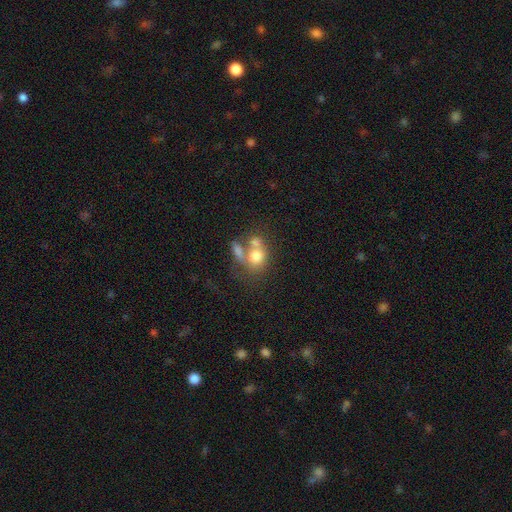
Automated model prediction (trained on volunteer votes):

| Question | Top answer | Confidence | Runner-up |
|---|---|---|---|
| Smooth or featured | smooth | 69% | featured or disk (19%) |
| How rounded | round | 57% | in between (42%) |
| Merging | merger | 50% | none (30%) |